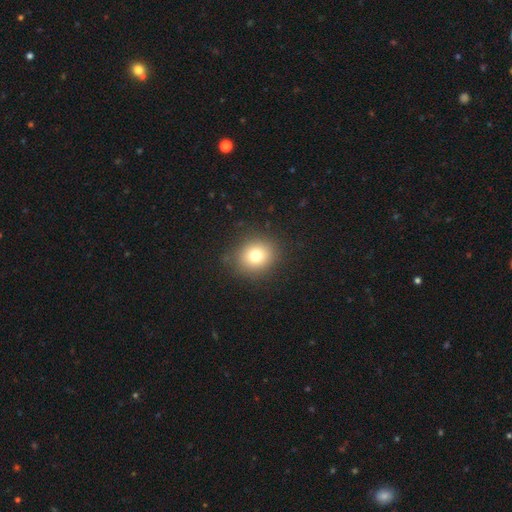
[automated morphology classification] This is likely a smooth galaxy (76%). How rounded: likely round (77%). Merging: clearly none (86%).